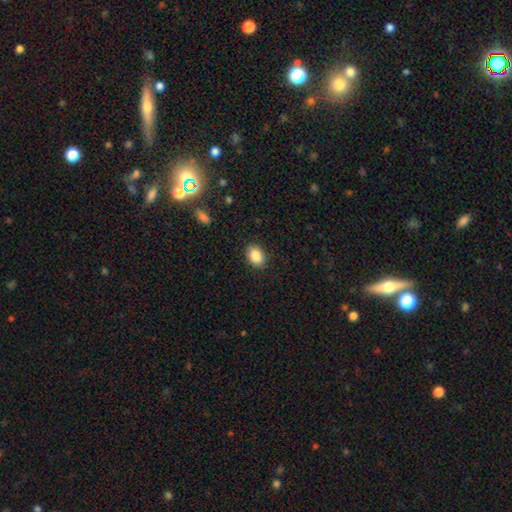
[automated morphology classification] Smooth or featured: smooth — 87% (star or artifact — 8%)
How rounded: in between — 77% (round — 22%)
Merging: none — 88% (minor disturbance — 8%)